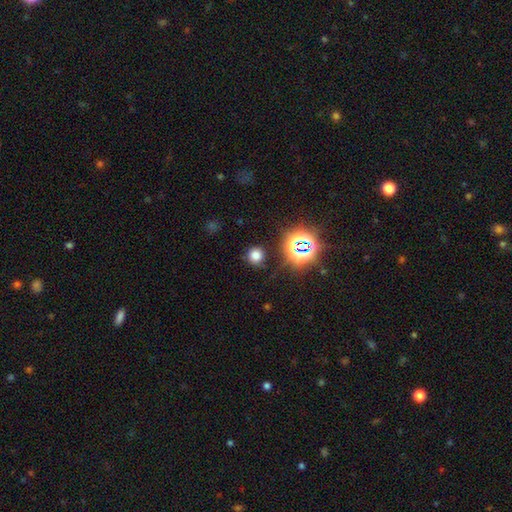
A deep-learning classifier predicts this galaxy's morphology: type=smooth (69%); roundness=round (89%); merging=none (85%).